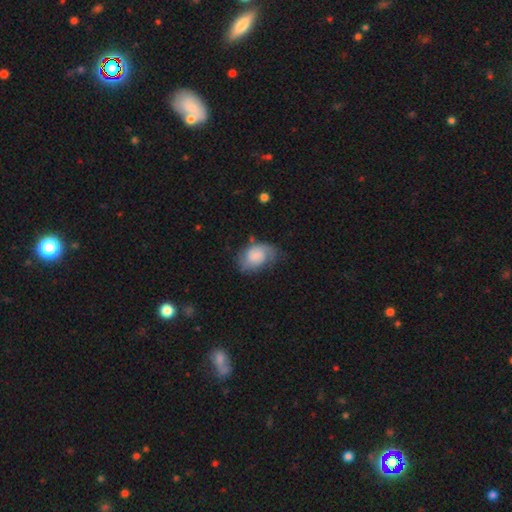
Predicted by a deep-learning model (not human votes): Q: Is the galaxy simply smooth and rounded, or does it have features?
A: smooth — 48%.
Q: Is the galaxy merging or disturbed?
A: none — 54%.